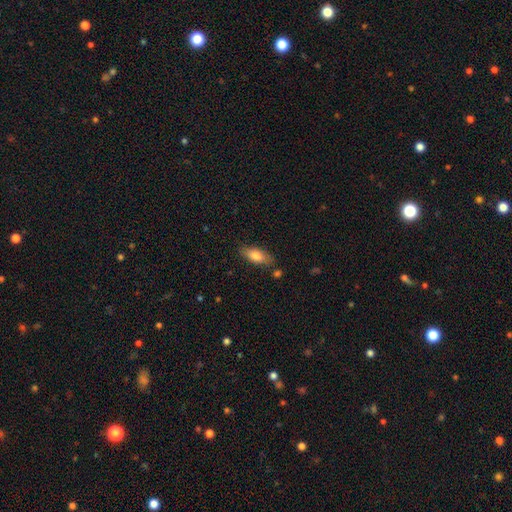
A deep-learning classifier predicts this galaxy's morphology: smooth_or_featured: smooth (p=0.79) [alt: featured or disk p=0.14]
how_rounded: in between (p=0.77) [alt: cigar-shaped p=0.21]
merging: none (p=0.80) [alt: minor disturbance p=0.14]